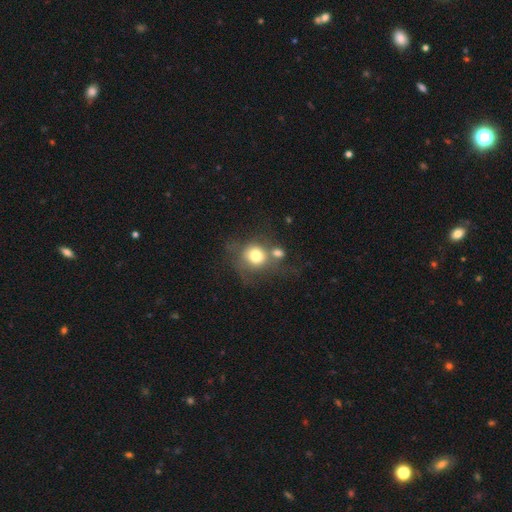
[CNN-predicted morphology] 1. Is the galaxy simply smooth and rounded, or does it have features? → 71% smooth, 18% featured or disk, 11% star or artifact.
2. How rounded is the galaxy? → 83% round, 16% in between, 1% cigar-shaped.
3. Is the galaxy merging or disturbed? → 38% none, 35% merger, 14% minor disturbance, 13% major disturbance.